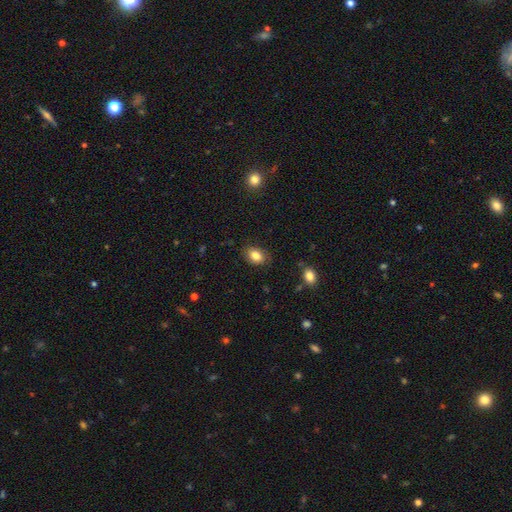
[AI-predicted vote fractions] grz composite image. It shows a smooth galaxy with no disk features (83%) that is in between round and cigar-shaped (75%). Merging: none (84%).